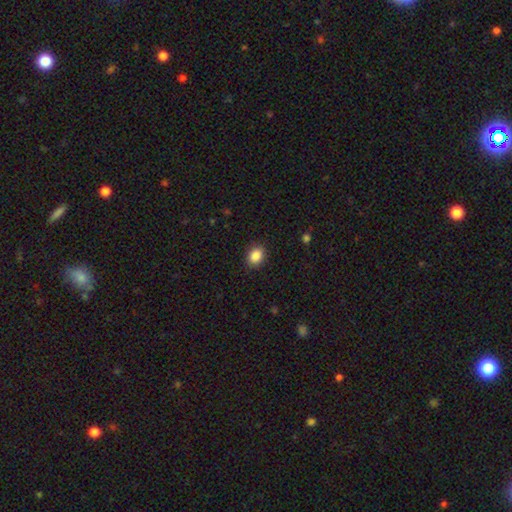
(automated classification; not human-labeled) smooth_or_featured: smooth (p=0.87) [alt: star or artifact p=0.09]
how_rounded: in between (p=0.56) [alt: round p=0.43]
merging: none (p=0.89) [alt: minor disturbance p=0.08]